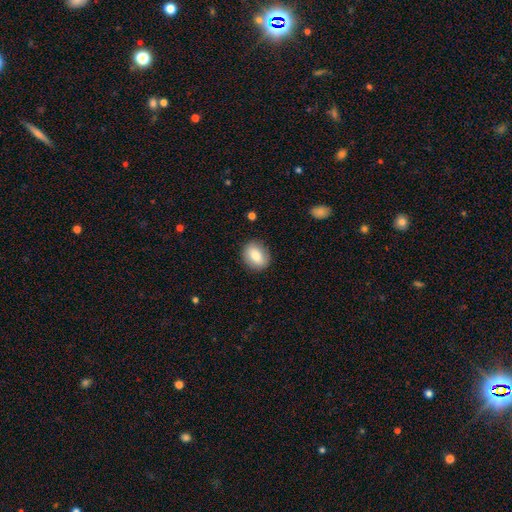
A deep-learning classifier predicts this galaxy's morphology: This appears to be a smooth galaxy with no disk features (79%) that is in between round and cigar-shaped (54%). Merging: none (86%).